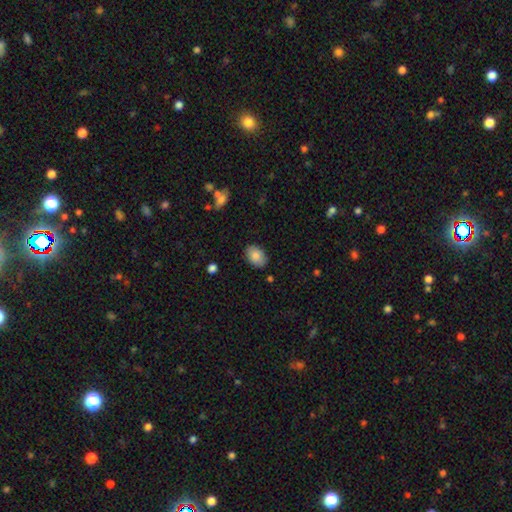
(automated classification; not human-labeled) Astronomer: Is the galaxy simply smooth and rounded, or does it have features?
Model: smooth — 85%.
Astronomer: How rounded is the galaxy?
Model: in between — 83%.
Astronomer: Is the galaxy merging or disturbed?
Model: none — 84%.